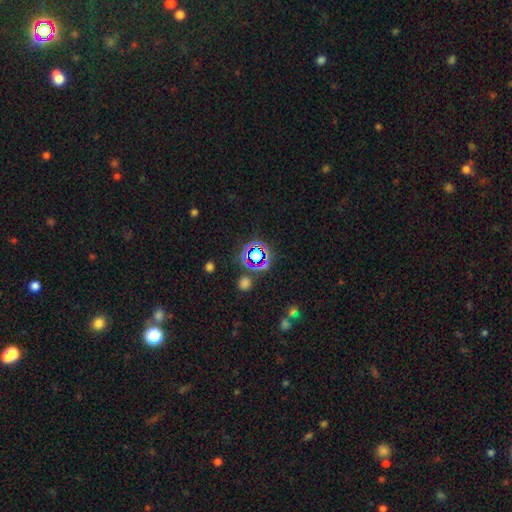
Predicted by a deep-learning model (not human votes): Smooth or featured? Predicted: star or artifact (p=0.66).